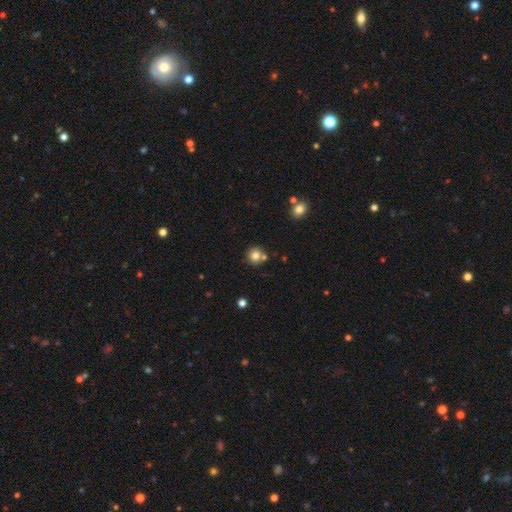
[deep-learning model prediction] A smooth galaxy with no disk features (80%) that is round (92%).

Vote fractions:
- Smooth or featured? smooth: 80% / star or artifact: 12% / featured or disk: 9%
- How rounded? round: 92% / in between: 7% / cigar-shaped: 1%
- Merging? none: 71% / merger: 17% / minor disturbance: 9% / major disturbance: 3%